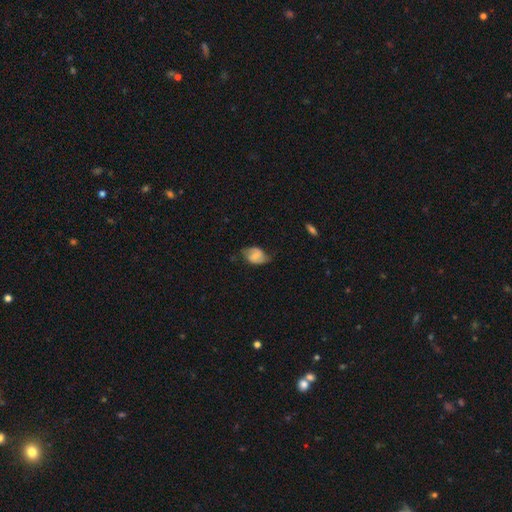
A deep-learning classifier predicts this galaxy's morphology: Smooth or featured?
  - featured or disk: 49% *
  - smooth: 44%
  - star or artifact: 8%
Merging?
  - none: 57% *
  - minor disturbance: 30%
  - major disturbance: 11%
  - merger: 2%